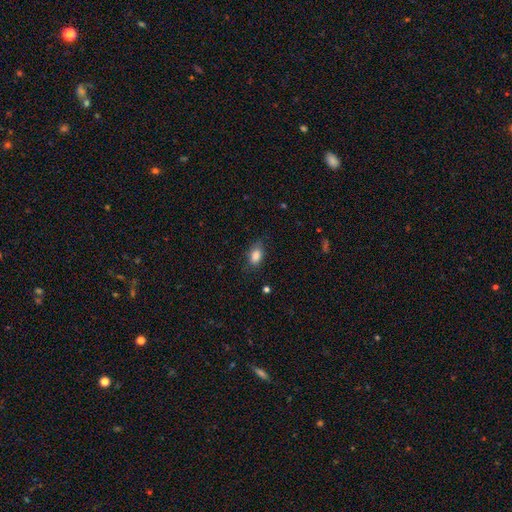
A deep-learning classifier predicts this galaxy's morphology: This appears to be a smooth galaxy with no disk features (86%) that is in between round and cigar-shaped (85%). Merging: none (72%).